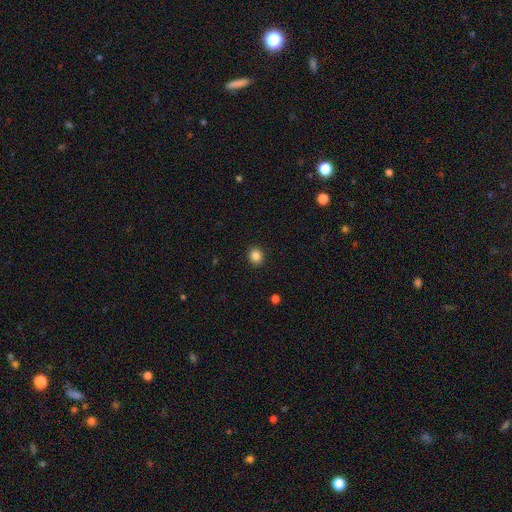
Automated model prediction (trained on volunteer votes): smooth 86%, star or artifact 11%, featured or disk 3%. Down the decision tree: how rounded — round (75%); merging — none (91%).